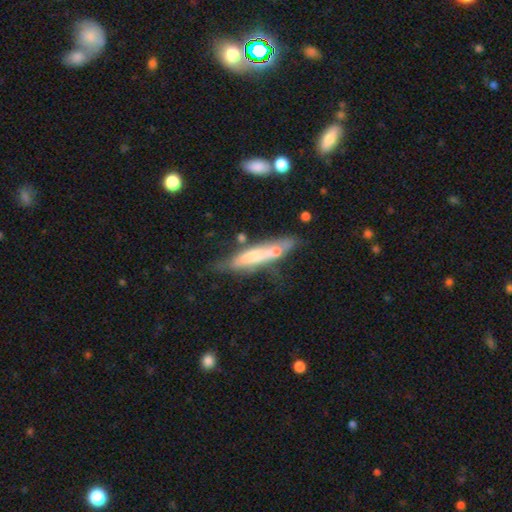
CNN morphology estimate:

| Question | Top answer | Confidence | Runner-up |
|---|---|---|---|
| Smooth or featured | smooth | 52% | featured or disk (41%) |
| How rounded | cigar-shaped | 80% | in between (19%) |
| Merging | none | 44% | minor disturbance (25%) |